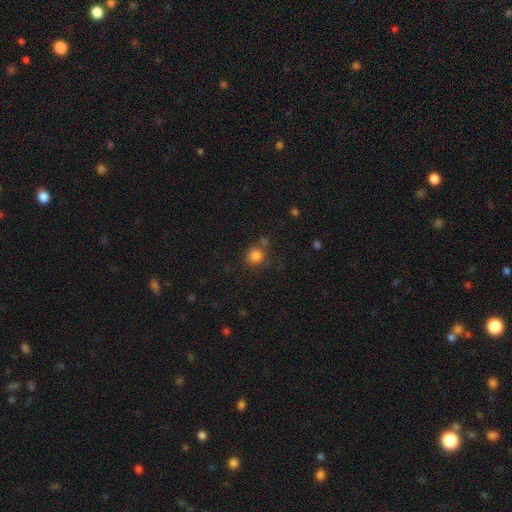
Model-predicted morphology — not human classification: Smooth or featured: smooth — 83% (star or artifact — 11%)
How rounded: round — 90% (in between — 9%)
Merging: none — 70% (minor disturbance — 14%)